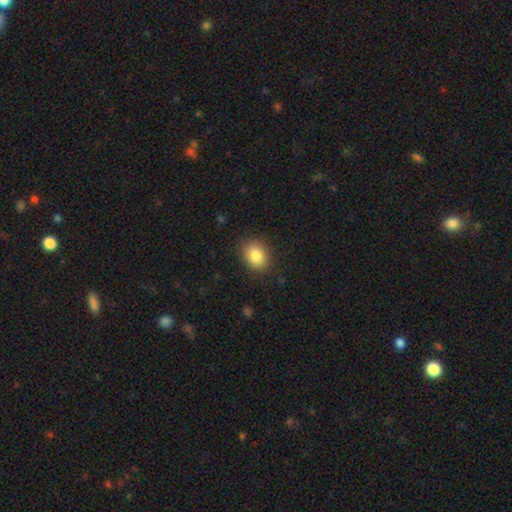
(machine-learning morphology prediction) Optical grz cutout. It shows a smooth galaxy with no disk features (85%) that is in between round and cigar-shaped (55%). Merging: none (86%).